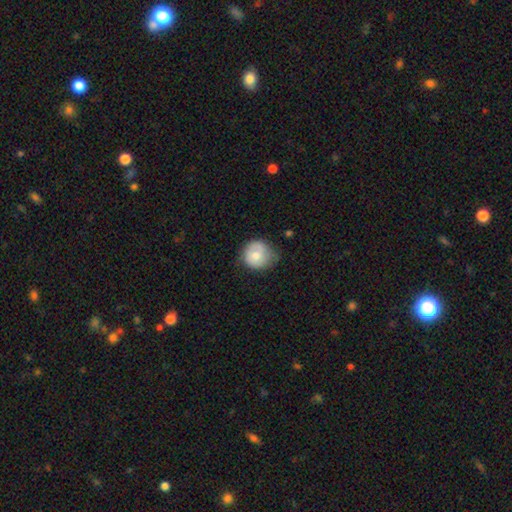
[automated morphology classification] Smooth or featured?
  - smooth: 73% *
  - featured or disk: 20%
  - star or artifact: 7%
How rounded?
  - round: 84% *
  - in between: 16%
  - cigar-shaped: 1%
Merging?
  - none: 54% *
  - minor disturbance: 36%
  - major disturbance: 9%
  - merger: 2%